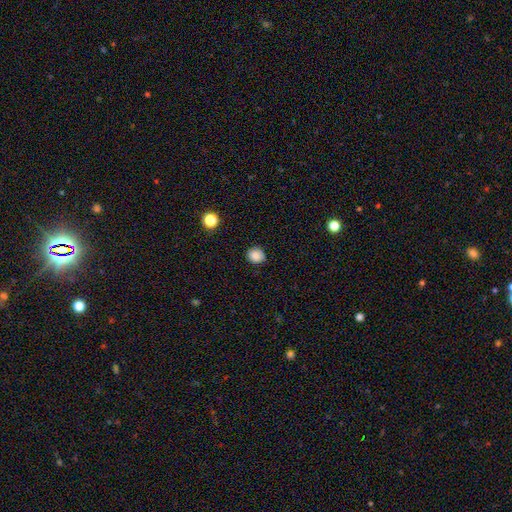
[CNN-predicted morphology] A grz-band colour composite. It shows a smooth galaxy with no disk features (86%) that is round (86%). Merging: none (87%).